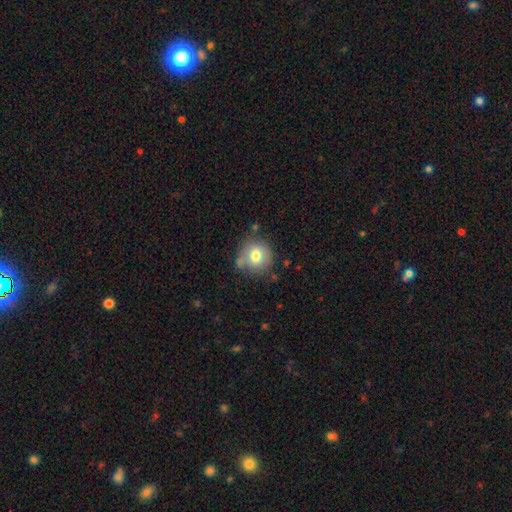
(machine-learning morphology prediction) A smooth galaxy with no disk features (75%) that is round (89%). Merging: none (72%).